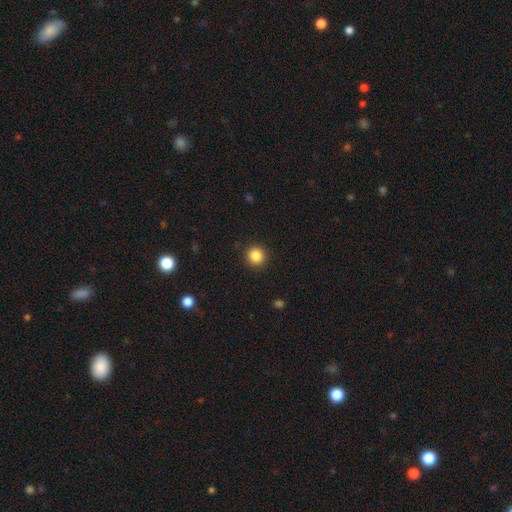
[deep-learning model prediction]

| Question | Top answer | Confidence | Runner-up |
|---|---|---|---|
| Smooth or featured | smooth | 85% | star or artifact (11%) |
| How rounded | round | 93% | in between (6%) |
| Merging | none | 92% | minor disturbance (5%) |